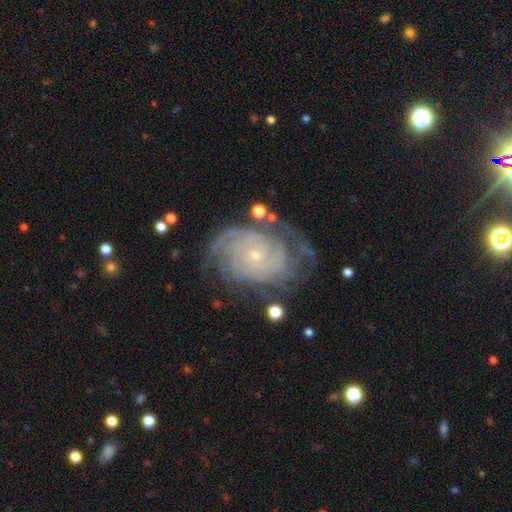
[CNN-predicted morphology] Overall: featured or disk (89%). Edge-on disk: no (97%). Bar: no (80%). Spiral arms: yes (97%). Spiral arm count: can't tell (26%; 4 20%). Spiral winding: tight (78%). Bulge size: small (87%). Merging: none (70%).